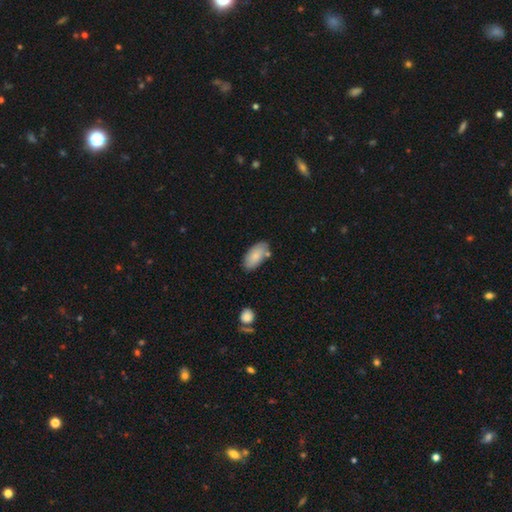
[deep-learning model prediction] Smooth or featured? smooth (79%)
How rounded? in between (94%)
Merging? none (72%)